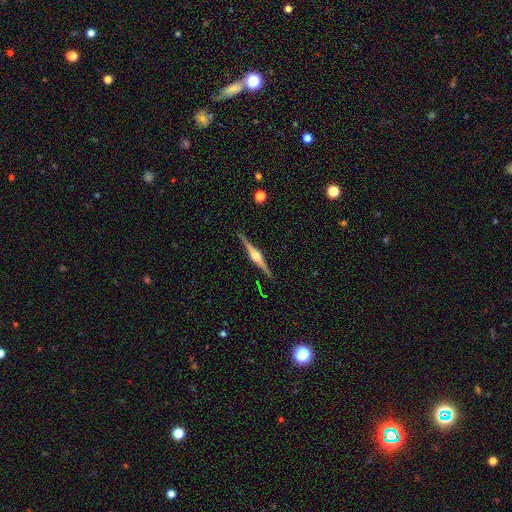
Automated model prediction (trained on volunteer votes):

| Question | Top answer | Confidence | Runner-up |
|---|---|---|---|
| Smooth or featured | featured or disk | 87% | smooth (8%) |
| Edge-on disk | yes | 99% | no (1%) |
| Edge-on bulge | rounded | 89% | boxy (9%) |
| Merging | none | 91% | minor disturbance (6%) |